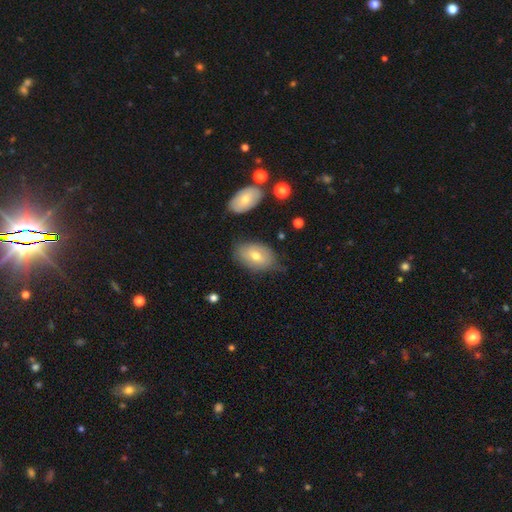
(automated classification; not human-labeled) Q: Smooth or featured?
A: smooth (67%); runner-up: featured or disk (25%)
Q: How rounded?
A: in between (88%); runner-up: round (10%)
Q: Merging?
A: none (64%); runner-up: minor disturbance (26%)